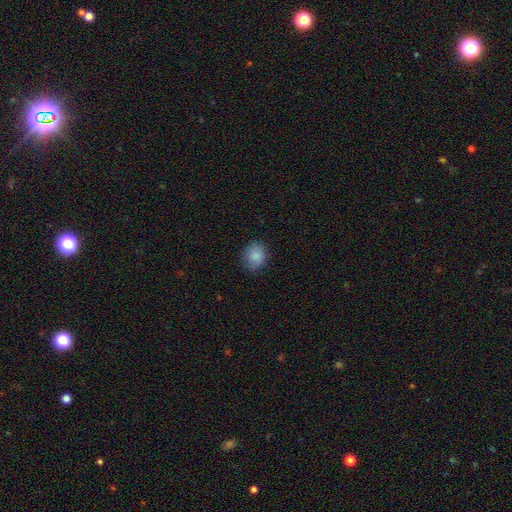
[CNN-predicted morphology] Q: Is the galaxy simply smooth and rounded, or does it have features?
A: smooth — 86%.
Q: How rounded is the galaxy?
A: round — 64%.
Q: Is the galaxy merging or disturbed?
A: none — 81%.